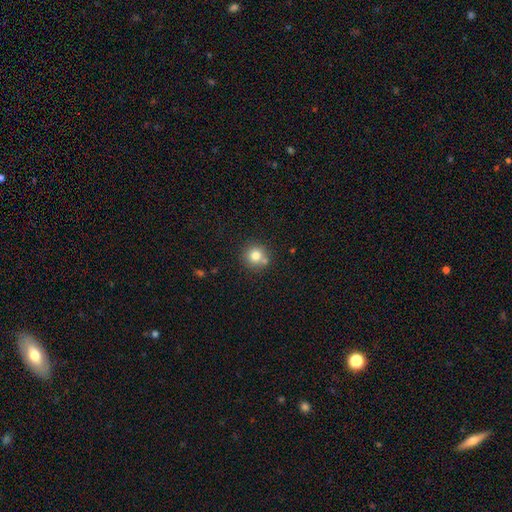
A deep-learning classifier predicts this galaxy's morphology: smooth-or-featured: smooth: 79% | star or artifact: 11% | featured or disk: 10%
  how-rounded: round: 92% | in between: 7% | cigar-shaped: 1%
  merging: none: 71% | merger: 16% | minor disturbance: 10% | major disturbance: 3%